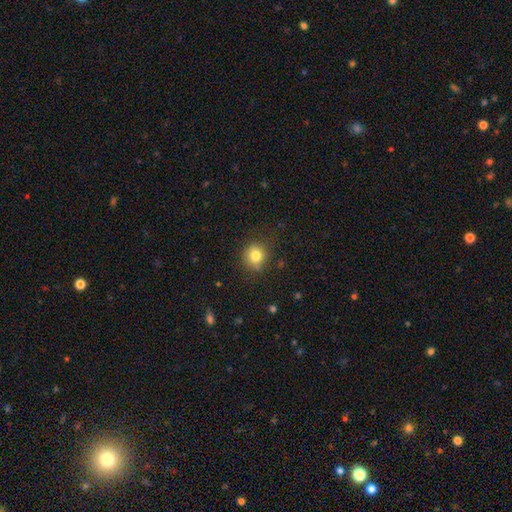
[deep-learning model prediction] A smooth galaxy with no disk features (81%) that is round (83%).

Vote fractions:
- Smooth or featured? smooth: 81% / star or artifact: 12% / featured or disk: 8%
- How rounded? round: 83% / in between: 16% / cigar-shaped: 1%
- Merging? none: 80% / minor disturbance: 15% / major disturbance: 4% / merger: 2%